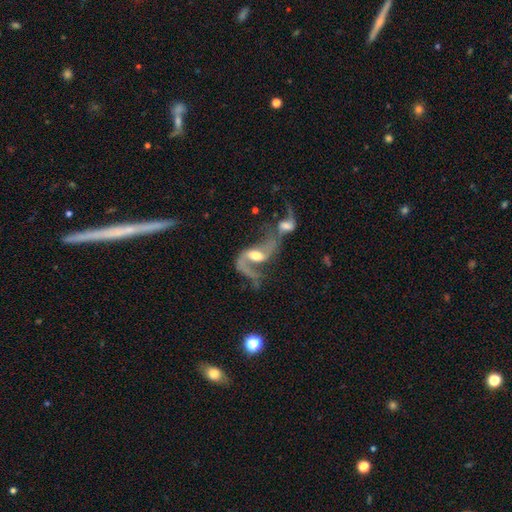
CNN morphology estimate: This is clearly a featured or disk galaxy (81%). It is clearly not viewed edge-on (95%). Bar: marginally weak (44%). Spiral arm pattern: clearly yes (90%). Spiral arm count: likely 2 (73%). Spiral winding: likely loose (73%). Central bulge: likely moderate (63%). Merging: likely merger (61%).